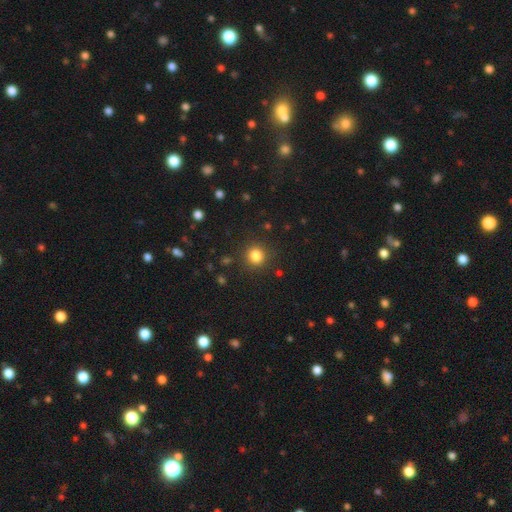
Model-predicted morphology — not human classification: type=smooth (82%); roundness=round (91%); merging=none (88%).